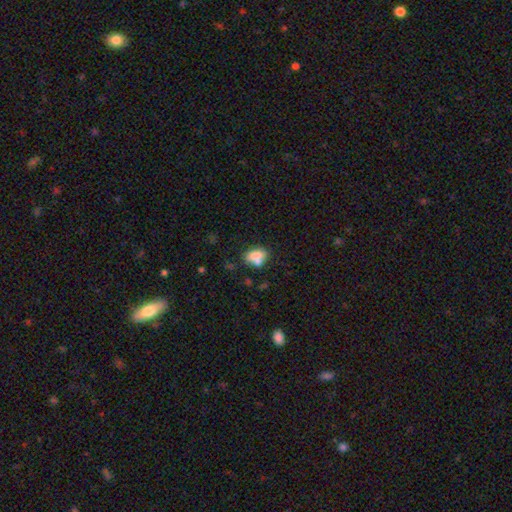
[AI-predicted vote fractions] smooth 73%, featured or disk 17%, star or artifact 10%. Down the decision tree: how rounded — in between (78%); merging — none (45%).